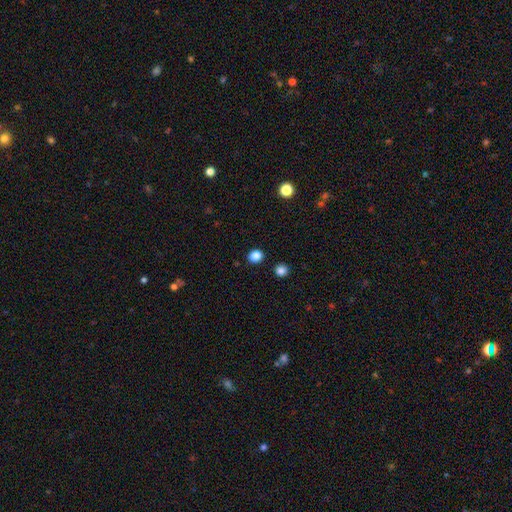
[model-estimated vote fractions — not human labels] Morphology: type=smooth (85%); roundness=round (69%); merging=none (88%).